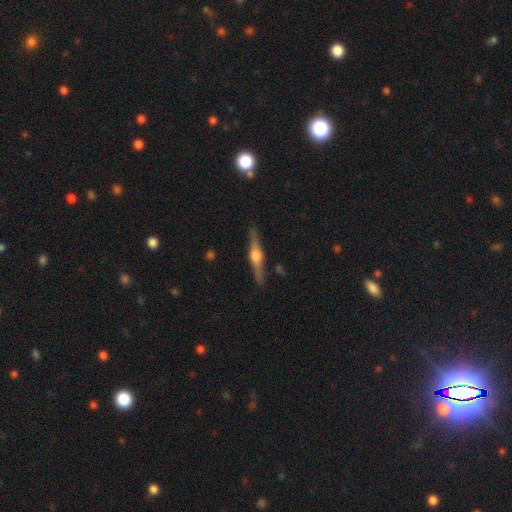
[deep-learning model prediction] The model was most divided on "smooth or featured": featured or disk: 76%, smooth: 19%, star or artifact: 5%. More confident: edge-on disk — yes (98%); edge-on bulge — rounded (91%); merging — none (89%).